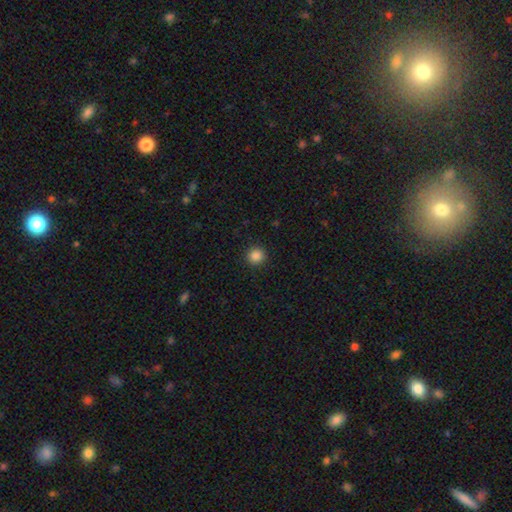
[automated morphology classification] Q: Smooth or featured?
A: smooth (86%); runner-up: star or artifact (11%)
Q: How rounded?
A: round (93%); runner-up: in between (6%)
Q: Merging?
A: none (92%); runner-up: minor disturbance (5%)